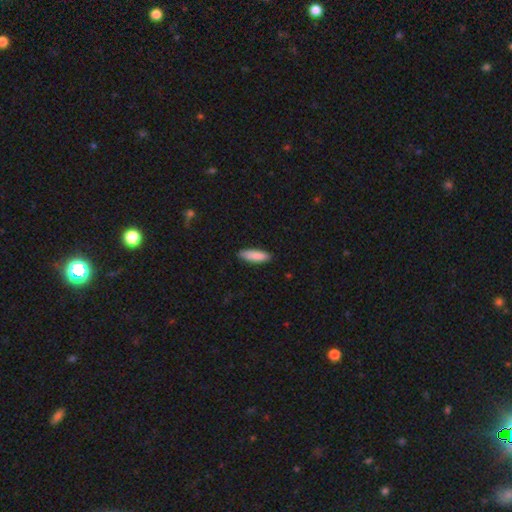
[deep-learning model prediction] A smooth galaxy with no disk features (88%) that is cigar-shaped (49%, tied with in between). Merging: none (86%).